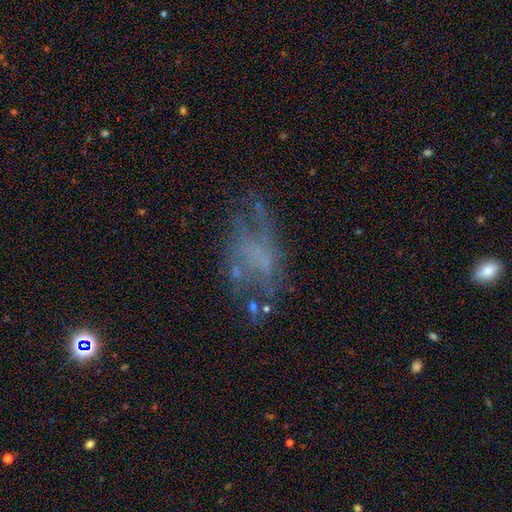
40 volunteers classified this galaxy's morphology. A featured or disk galaxy (70%) with no bar (79%), no spiral arms (75%) and no central bulge (79%).

Vote fractions:
- Smooth or featured? featured or disk: 70% / smooth: 18% / star or artifact: 12%
- Edge-on disk? no: 100% / yes: 0%
- Bar? no: 79% / weak: 14% / strong: 7%
- Spiral arms? no: 75% / yes: 25%
- Bulge size? none: 79% / moderate: 7% / small: 7% / dominant: 4% / large: 4%
- Merging? none: 43% / major disturbance: 29% / minor disturbance: 26% / merger: 3%